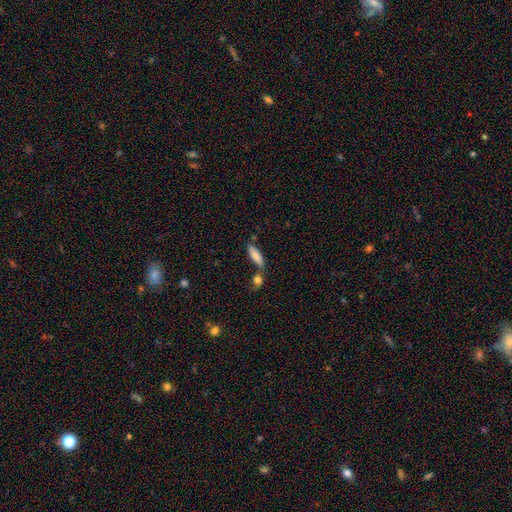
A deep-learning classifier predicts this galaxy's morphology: Smooth or featured: smooth — 76% (featured or disk — 17%)
How rounded: cigar-shaped — 54% (in between — 44%)
Merging: none — 56% (merger — 26%)